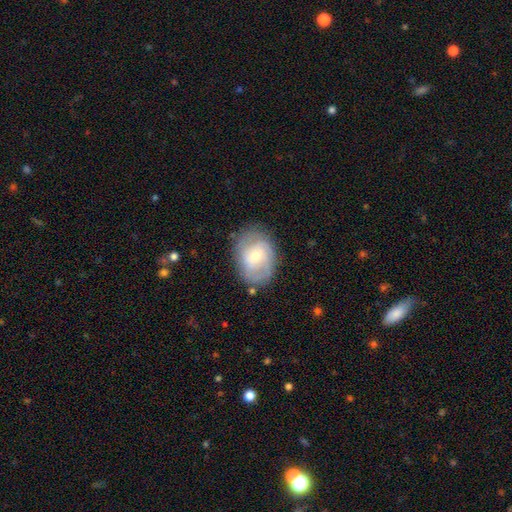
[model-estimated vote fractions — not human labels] smooth-or-featured: featured or disk: 61% | smooth: 32% | star or artifact: 7%
  disk-edge-on: no: 96% | yes: 4%
    bar: no: 64% | weak: 31% | strong: 5%
    has-spiral-arms: yes: 80% | no: 20%
    bulge-size: moderate: 55% | small: 40% | large: 3% | none: 1% | dominant: 1%
  merging: none: 71% | minor disturbance: 20% | major disturbance: 7% | merger: 2%